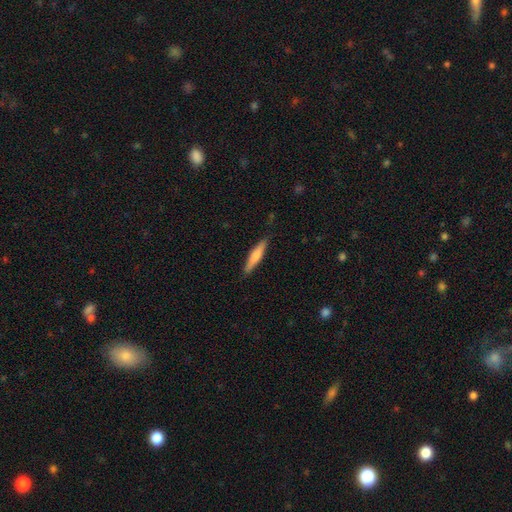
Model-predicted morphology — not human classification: A smooth galaxy with no disk features (65%) that is cigar-shaped (87%). Merging: none (86%).